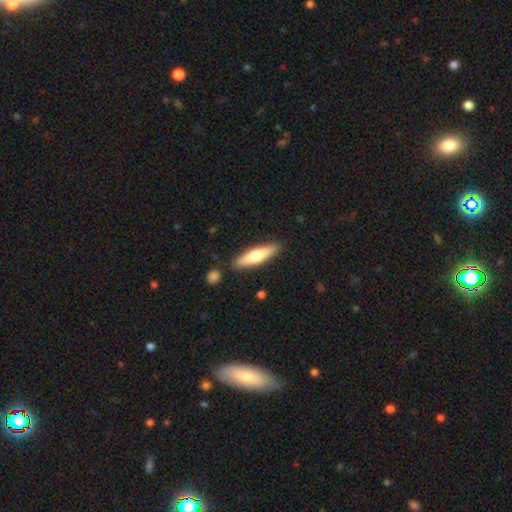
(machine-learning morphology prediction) type=smooth (55%); roundness=cigar-shaped (76%); merging=none (87%).